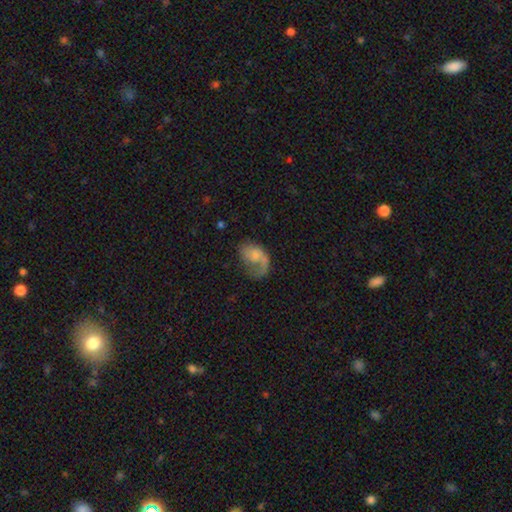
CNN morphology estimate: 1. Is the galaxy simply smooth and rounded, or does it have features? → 52% featured or disk, 39% smooth, 9% star or artifact.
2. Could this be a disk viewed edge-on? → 97% no, 3% yes.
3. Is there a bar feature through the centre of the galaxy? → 71% no, 25% weak, 4% strong.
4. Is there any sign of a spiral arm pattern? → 76% yes, 24% no.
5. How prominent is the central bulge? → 35% small (tied), 35% none (tied), 22% moderate, 6% large, 2% dominant.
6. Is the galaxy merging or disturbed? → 42% major disturbance, 32% none, 23% minor disturbance, 4% merger.